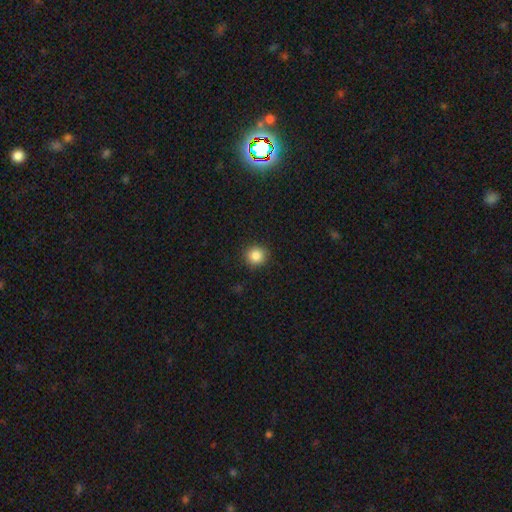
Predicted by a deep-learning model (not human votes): Smooth or featured?
  - smooth: 85% *
  - star or artifact: 10%
  - featured or disk: 4%
How rounded?
  - round: 93% *
  - in between: 6%
  - cigar-shaped: 1%
Merging?
  - none: 91% *
  - minor disturbance: 6%
  - major disturbance: 2%
  - merger: 1%